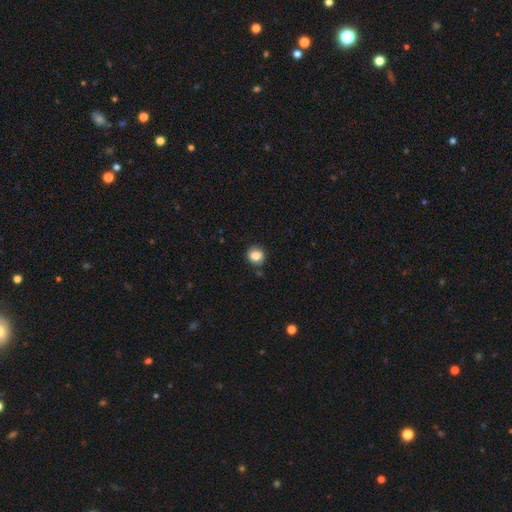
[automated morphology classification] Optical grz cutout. It shows a smooth galaxy with no disk features (84%) that is round (79%). Merging: none (84%).